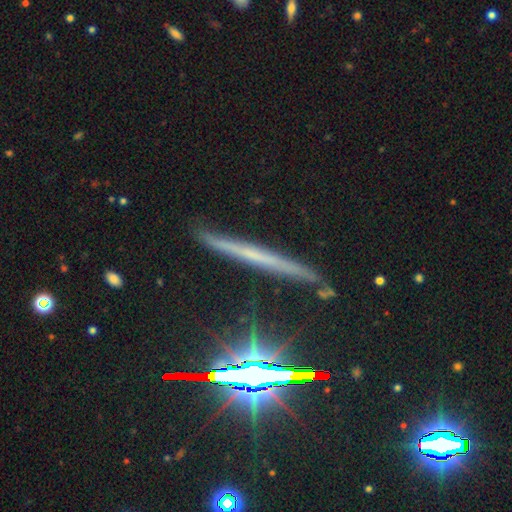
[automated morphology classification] smooth_or_featured: featured or disk (p=0.56) [alt: smooth p=0.26]
disk_edge_on: yes (p=0.94) [alt: no p=0.06]
edge_on_bulge: none (p=0.81) [alt: rounded p=0.14]
merging: none (p=0.84) [alt: minor disturbance p=0.12]